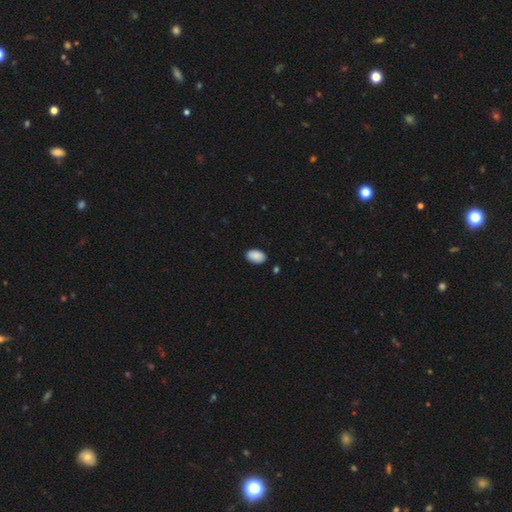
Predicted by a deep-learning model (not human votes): smooth-or-featured: smooth: 88% | star or artifact: 7% | featured or disk: 5%
  how-rounded: in between: 92% | round: 7% | cigar-shaped: 1%
  merging: none: 87% | minor disturbance: 10% | major disturbance: 2% | merger: 1%